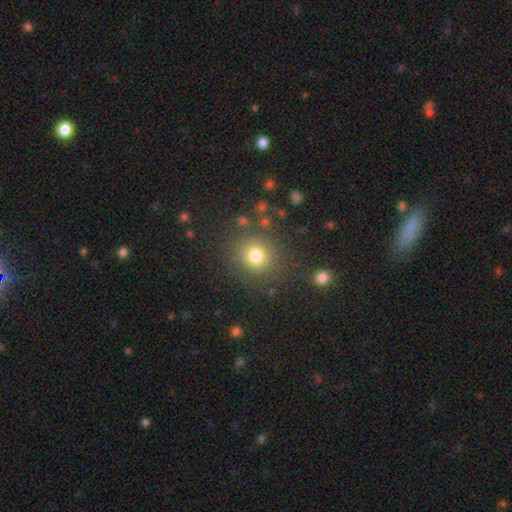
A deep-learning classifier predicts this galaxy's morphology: This appears to be a smooth galaxy with no disk features (78%) that is round (88%). Merging: none (82%).